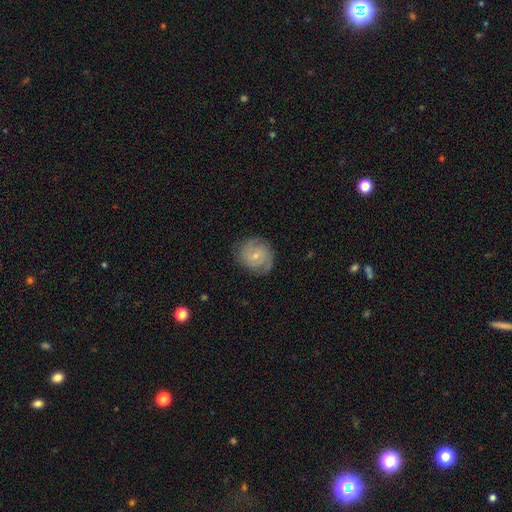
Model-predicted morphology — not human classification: Smooth or featured? featured or disk (68%)
Edge-on disk? no (98%)
Bar? no (60%)
Spiral arms? yes (92%)
Spiral winding? tight (56%)
Spiral arm count? 2 (45%)
Bulge size? small (68%)
Merging? none (79%)